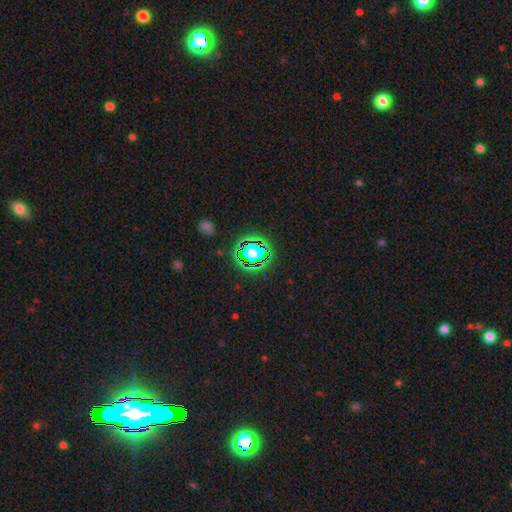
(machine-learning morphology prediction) A star or artifact, not a galaxy (63%).

Vote fractions:
- Smooth or featured? star or artifact: 63% / smooth: 25% / featured or disk: 12%